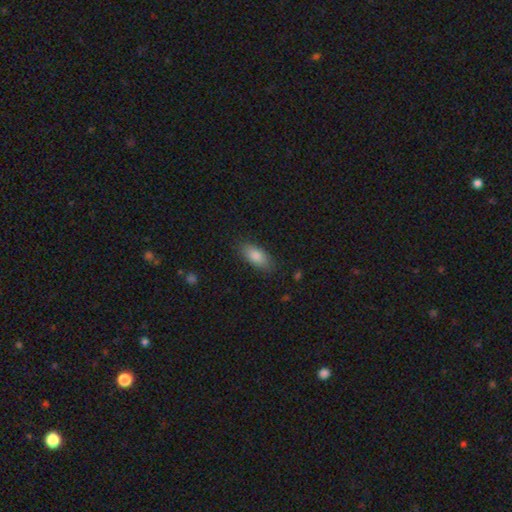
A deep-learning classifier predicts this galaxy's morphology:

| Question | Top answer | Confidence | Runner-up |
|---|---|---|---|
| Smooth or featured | smooth | 83% | featured or disk (10%) |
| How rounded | in between | 84% | cigar-shaped (13%) |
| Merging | none | 85% | minor disturbance (11%) |